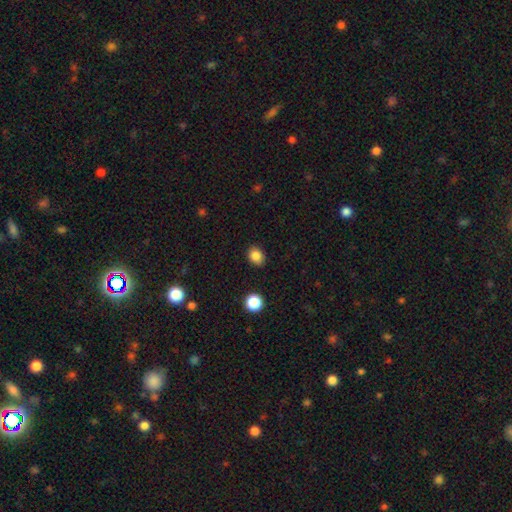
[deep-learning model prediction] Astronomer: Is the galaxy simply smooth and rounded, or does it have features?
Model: smooth — 84%.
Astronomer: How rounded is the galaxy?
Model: round — 54% (runner-up: in between, 45%).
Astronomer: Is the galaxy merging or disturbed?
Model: none — 87%.